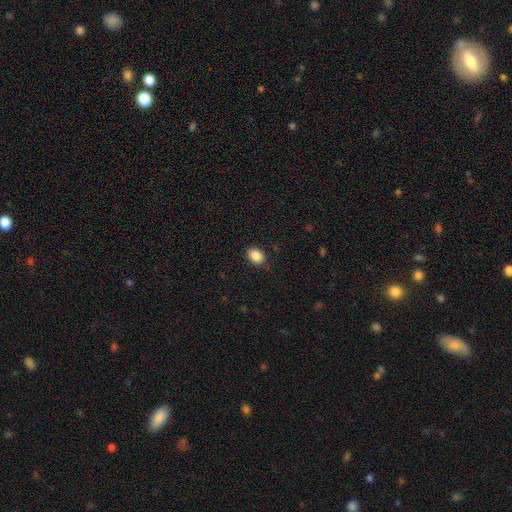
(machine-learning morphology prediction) Smooth or featured? smooth (88%)
How rounded? in between (74%)
Merging? none (87%)